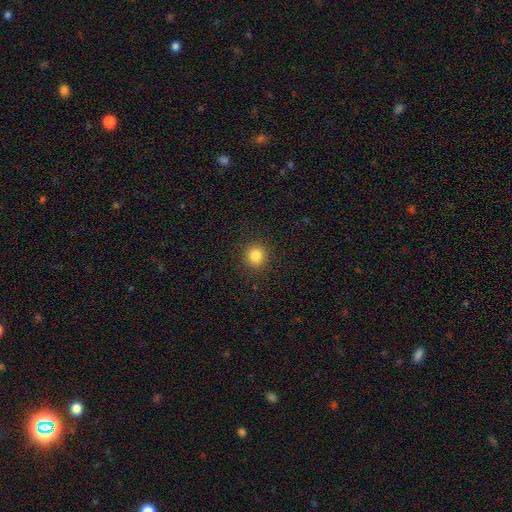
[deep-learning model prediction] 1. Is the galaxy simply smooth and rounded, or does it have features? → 84% smooth, 12% star or artifact, 5% featured or disk.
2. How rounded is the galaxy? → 90% round, 9% in between, 1% cigar-shaped.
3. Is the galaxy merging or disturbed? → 92% none, 5% minor disturbance, 2% major disturbance, 1% merger.